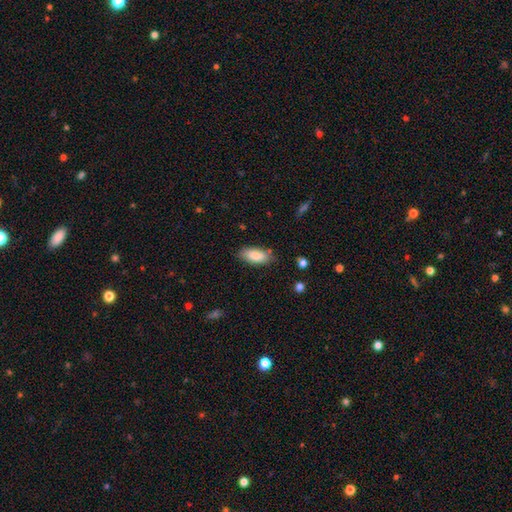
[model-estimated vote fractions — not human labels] Overall: smooth (86%). How rounded: in between (86%). Merging: none (80%).